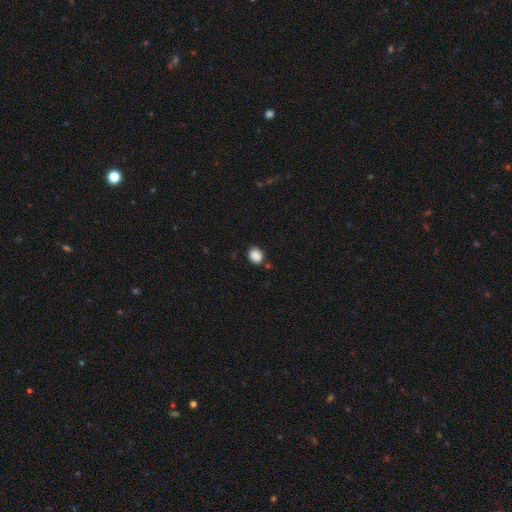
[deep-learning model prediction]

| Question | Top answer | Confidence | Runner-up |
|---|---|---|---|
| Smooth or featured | smooth | 87% | star or artifact (9%) |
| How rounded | round | 53% | in between (46%) |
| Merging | none | 78% | minor disturbance (15%) |